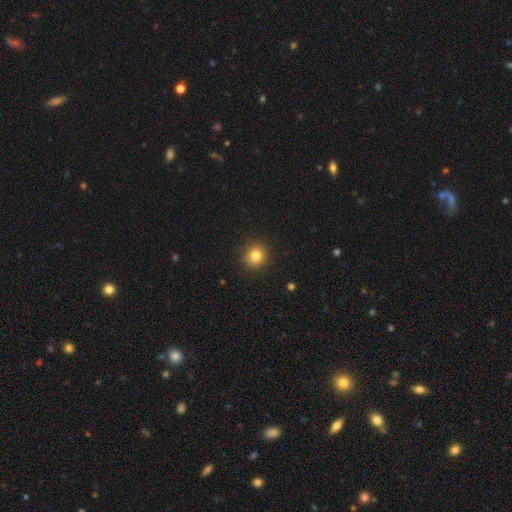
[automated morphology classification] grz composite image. It shows a smooth galaxy with no disk features (81%) that is round (91%). Merging: none (89%).